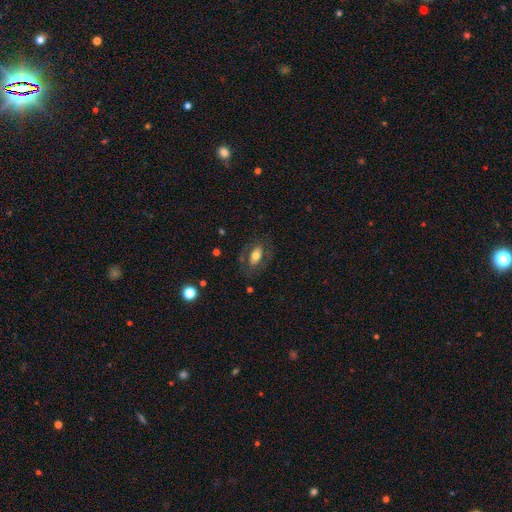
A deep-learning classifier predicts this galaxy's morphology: Smooth or featured? smooth (55%)
How rounded? in between (88%)
Merging? none (73%)